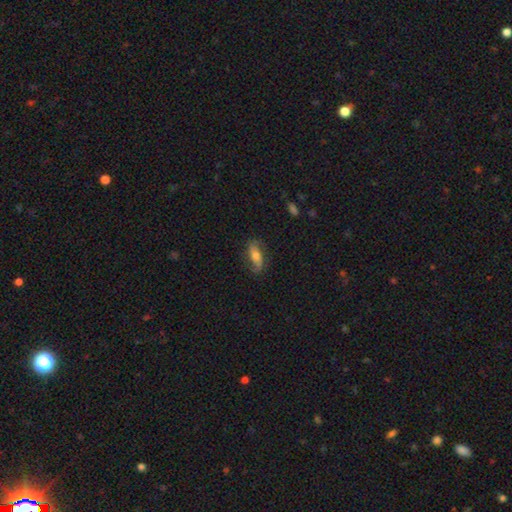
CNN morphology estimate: Smooth or featured? Predicted: featured or disk (p=0.55). Edge-on disk? Predicted: no (p=0.82). Merging? Predicted: none (p=0.74).